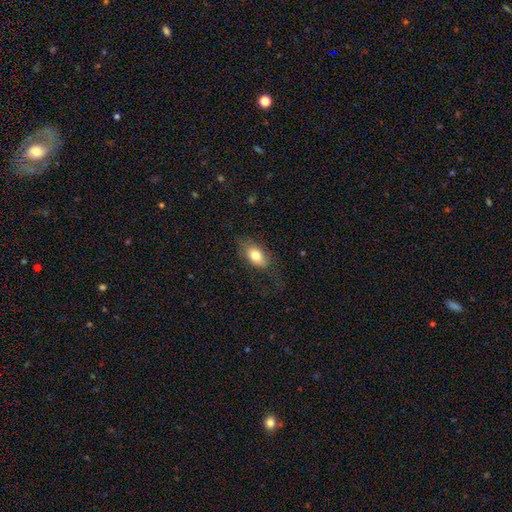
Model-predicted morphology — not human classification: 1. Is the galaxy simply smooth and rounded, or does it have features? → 75% smooth, 17% featured or disk, 8% star or artifact.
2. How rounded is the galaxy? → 89% in between, 7% round, 4% cigar-shaped.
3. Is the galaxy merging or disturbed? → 66% none, 21% minor disturbance, 12% major disturbance, 1% merger.